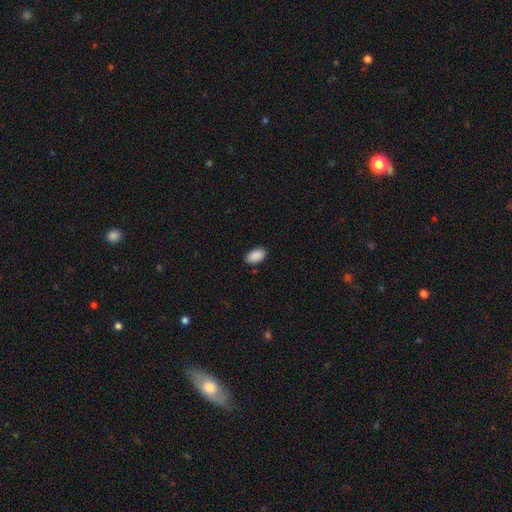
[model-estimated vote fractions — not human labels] smooth_or_featured: smooth (p=0.91) [alt: star or artifact p=0.07]
how_rounded: in between (p=0.94) [alt: round p=0.05]
merging: none (p=0.88) [alt: minor disturbance p=0.09]